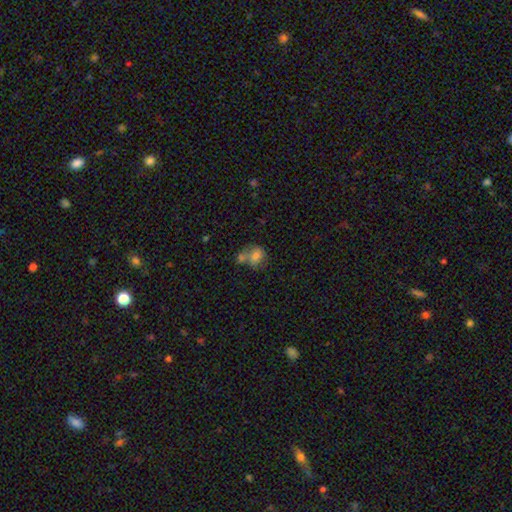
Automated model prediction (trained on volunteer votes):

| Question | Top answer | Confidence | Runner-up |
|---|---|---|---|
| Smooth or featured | smooth | 73% | featured or disk (17%) |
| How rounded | round | 55% | in between (43%) |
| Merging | merger | 47% | none (32%) |